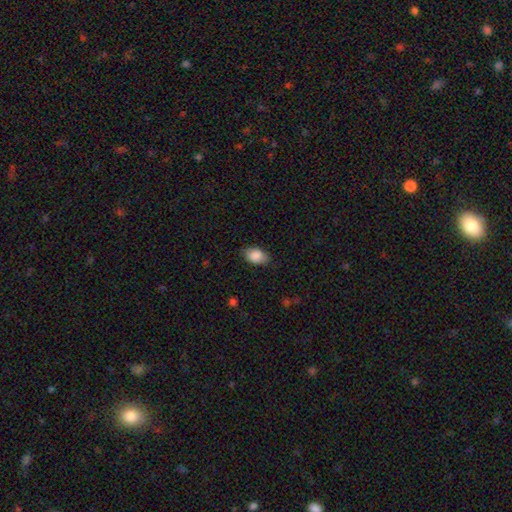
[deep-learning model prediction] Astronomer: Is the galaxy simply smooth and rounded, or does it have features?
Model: smooth — 88%.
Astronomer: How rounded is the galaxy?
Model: in between — 88%.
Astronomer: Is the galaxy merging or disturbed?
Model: none — 80%.